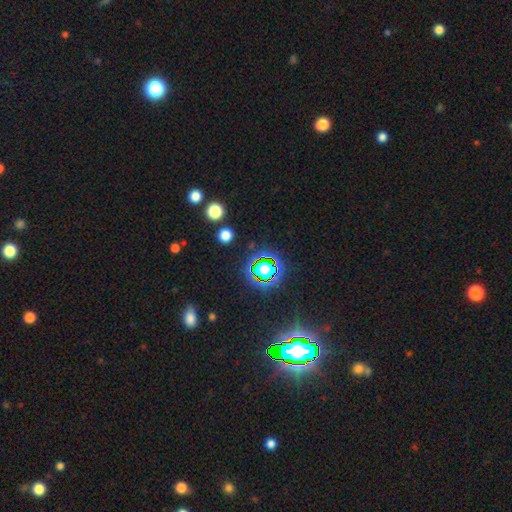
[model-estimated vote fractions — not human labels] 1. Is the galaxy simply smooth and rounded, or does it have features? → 80% star or artifact, 13% smooth, 7% featured or disk.